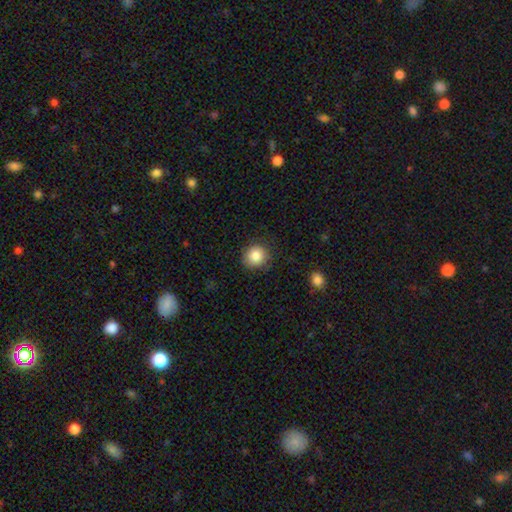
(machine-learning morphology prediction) Smooth or featured: smooth — 85% (star or artifact — 9%)
How rounded: round — 89% (in between — 10%)
Merging: none — 86% (minor disturbance — 10%)